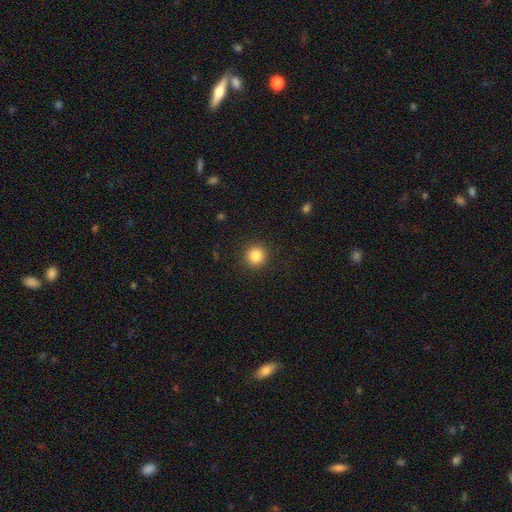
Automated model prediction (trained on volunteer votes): smooth 85%, star or artifact 10%, featured or disk 5%. Down the decision tree: how rounded — round (93%); merging — none (91%).